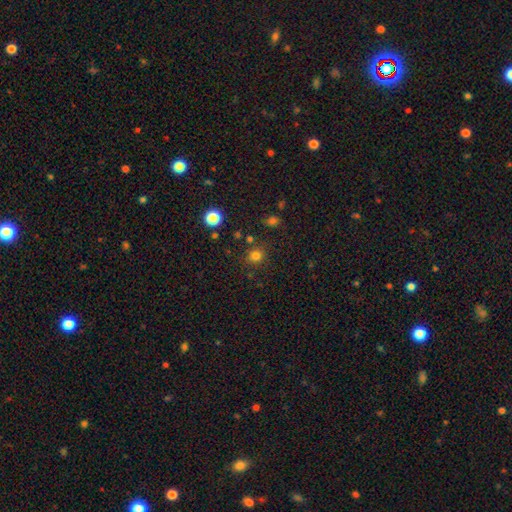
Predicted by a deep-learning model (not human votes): A smooth galaxy with no disk features (79%) that is round (88%).

Vote fractions:
- Smooth or featured? smooth: 79% / star or artifact: 16% / featured or disk: 5%
- How rounded? round: 88% / in between: 11% / cigar-shaped: 1%
- Merging? none: 84% / minor disturbance: 9% / merger: 4% / major disturbance: 3%